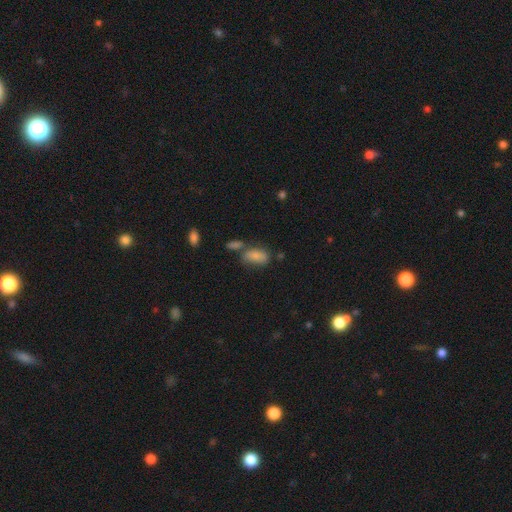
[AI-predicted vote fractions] smooth 80%, featured or disk 11%, star or artifact 9%. Down the decision tree: how rounded — in between (90%); merging — none (43%).